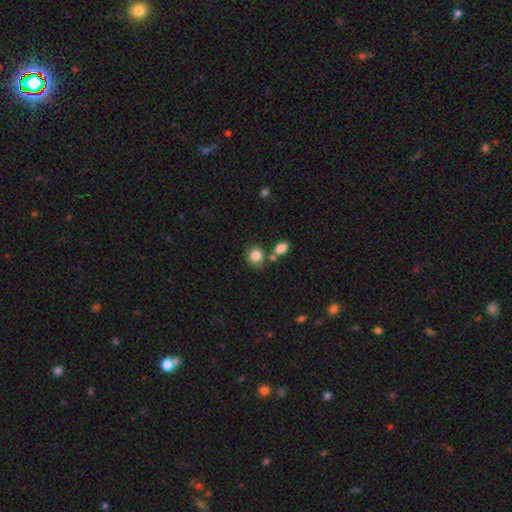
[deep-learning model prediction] This appears to be a smooth galaxy with no disk features (84%) that is round (72%). Merging: none (63%).